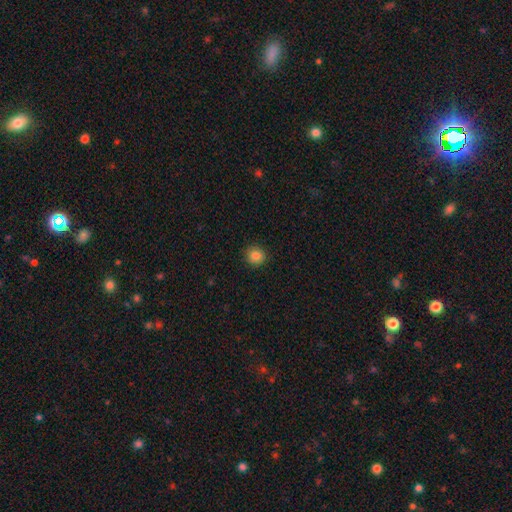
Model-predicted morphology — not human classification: A smooth galaxy with no disk features (84%) that is round (90%).

Vote fractions:
- Smooth or featured? smooth: 84% / star or artifact: 10% / featured or disk: 5%
- How rounded? round: 90% / in between: 9% / cigar-shaped: 1%
- Merging? none: 90% / minor disturbance: 7% / major disturbance: 2% / merger: 1%